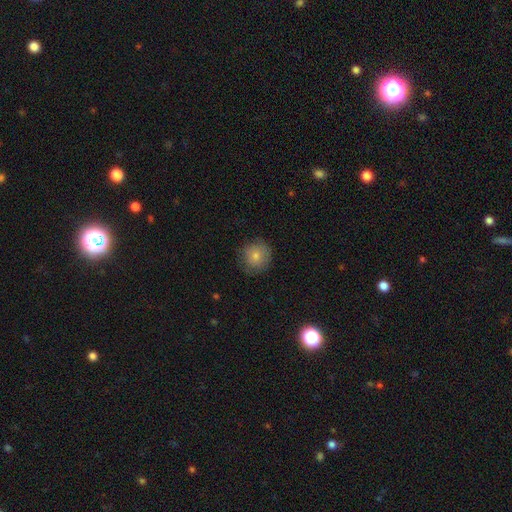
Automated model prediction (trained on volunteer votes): smooth-or-featured: smooth: 80% | featured or disk: 11% | star or artifact: 9%
  how-rounded: round: 92% | in between: 7% | cigar-shaped: 1%
  merging: none: 80% | minor disturbance: 15% | major disturbance: 4% | merger: 1%